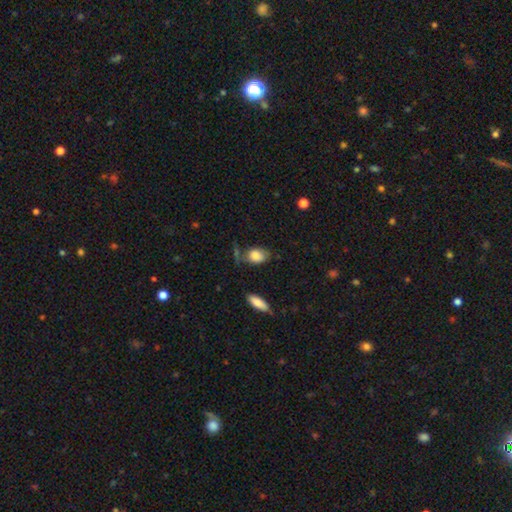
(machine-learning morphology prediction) smooth 83%, featured or disk 9%, star or artifact 8%. Down the decision tree: how rounded — in between (79%); merging — none (52%).